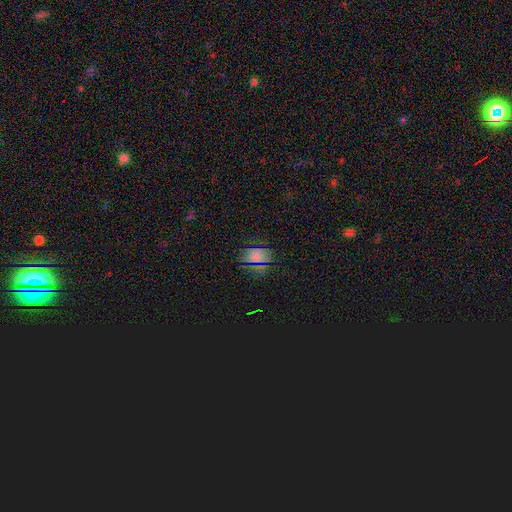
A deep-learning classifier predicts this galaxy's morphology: smooth_or_featured: smooth (p=0.60) [alt: star or artifact p=0.33]
how_rounded: round (p=0.63) [alt: in between p=0.35]
merging: none (p=0.81) [alt: minor disturbance p=0.13]